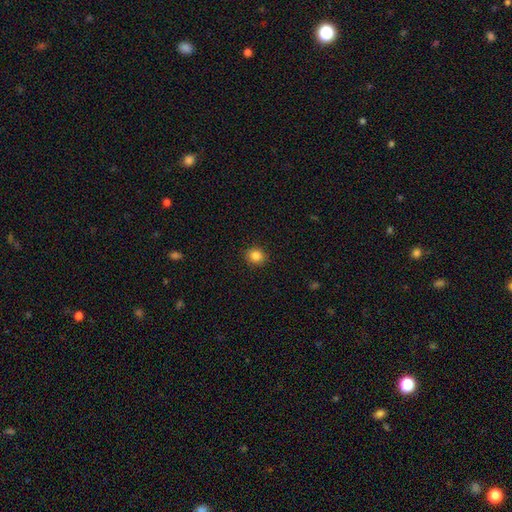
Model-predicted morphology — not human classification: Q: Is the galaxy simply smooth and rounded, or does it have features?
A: smooth — 85%.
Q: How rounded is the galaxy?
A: round — 80%.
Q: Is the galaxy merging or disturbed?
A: none — 91%.